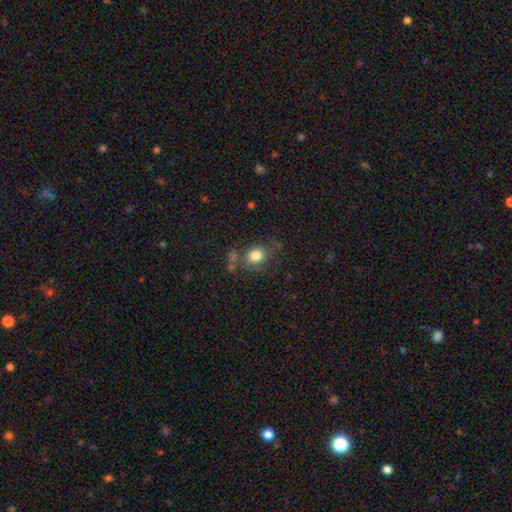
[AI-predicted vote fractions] Q: Smooth or featured?
A: smooth (81%); runner-up: star or artifact (11%)
Q: How rounded?
A: round (58%); runner-up: in between (41%)
Q: Merging?
A: none (66%); runner-up: minor disturbance (19%)